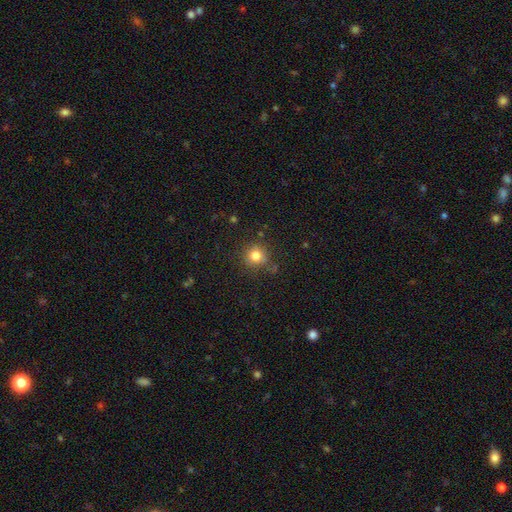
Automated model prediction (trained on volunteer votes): A smooth galaxy with no disk features (80%) that is round (91%).

Vote fractions:
- Smooth or featured? smooth: 80% / star or artifact: 13% / featured or disk: 7%
- How rounded? round: 91% / in between: 8% / cigar-shaped: 1%
- Merging? none: 80% / minor disturbance: 11% / merger: 4% / major disturbance: 4%